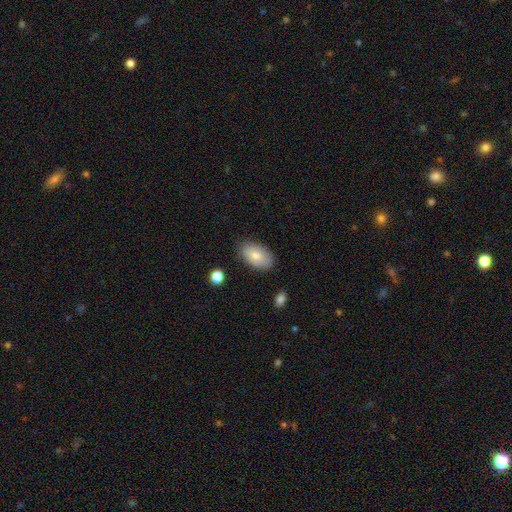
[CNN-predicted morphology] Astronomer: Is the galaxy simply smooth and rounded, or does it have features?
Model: smooth — 78%.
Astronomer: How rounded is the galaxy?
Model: in between — 93%.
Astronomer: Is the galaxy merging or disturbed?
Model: none — 82%.